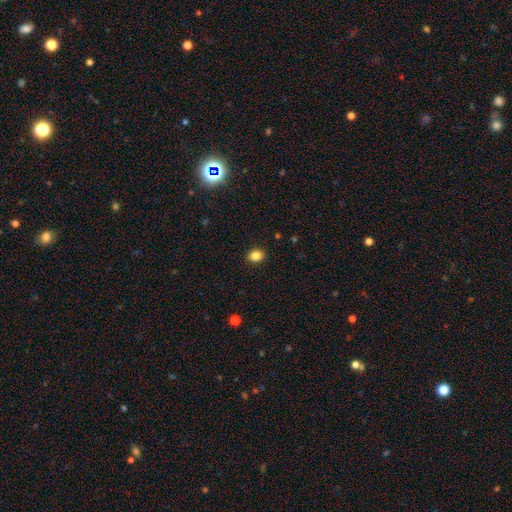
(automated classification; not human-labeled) Morphology: type=smooth (86%); roundness=in between (56%); merging=none (91%).